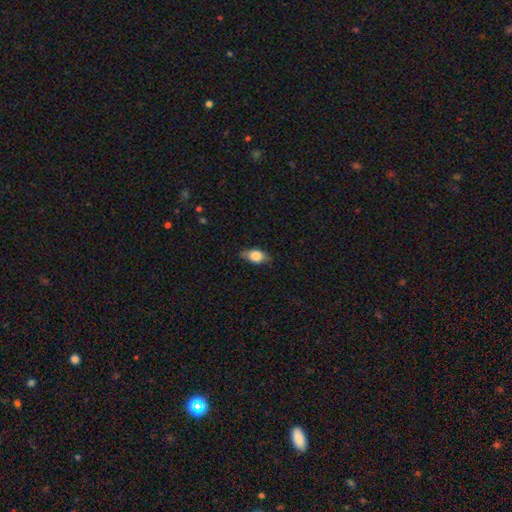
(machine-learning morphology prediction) This is likely a smooth galaxy (78%). How rounded: clearly in between (85%). Merging: likely none (74%).